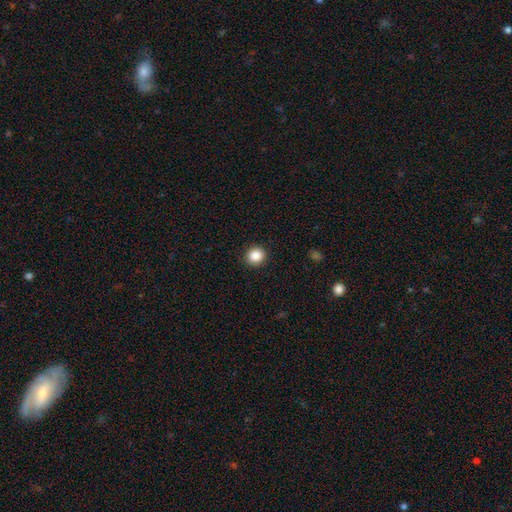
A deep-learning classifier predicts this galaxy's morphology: Smooth or featured? Predicted: smooth (p=0.87). How rounded? Predicted: round (p=0.90). Merging? Predicted: none (p=0.92).